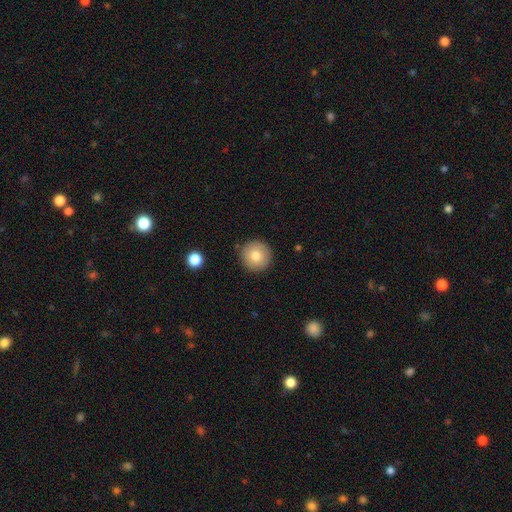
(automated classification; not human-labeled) smooth-or-featured: smooth: 80% | featured or disk: 12% | star or artifact: 9%
  how-rounded: round: 96% | in between: 3% | cigar-shaped: 1%
  merging: none: 89% | minor disturbance: 7% | major disturbance: 2% | merger: 2%